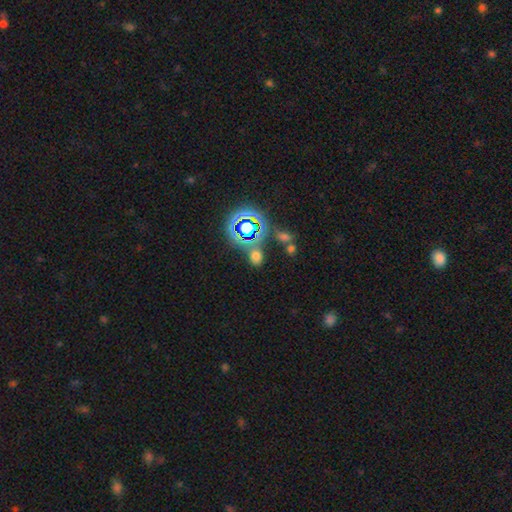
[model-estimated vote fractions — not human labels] smooth-or-featured: smooth: 56% | star or artifact: 37% | featured or disk: 8%
  how-rounded: round: 50% | in between: 47% | cigar-shaped: 3%
  merging: none: 69% | merger: 13% | minor disturbance: 12% | major disturbance: 6%